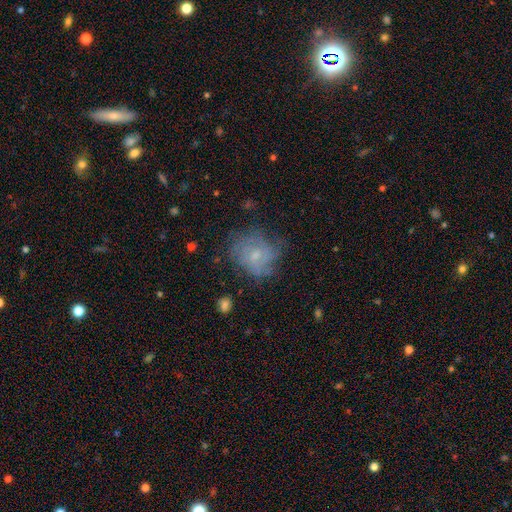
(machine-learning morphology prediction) Smooth or featured: featured or disk — 49% (smooth — 40%)
Merging: none — 56% (minor disturbance — 26%)